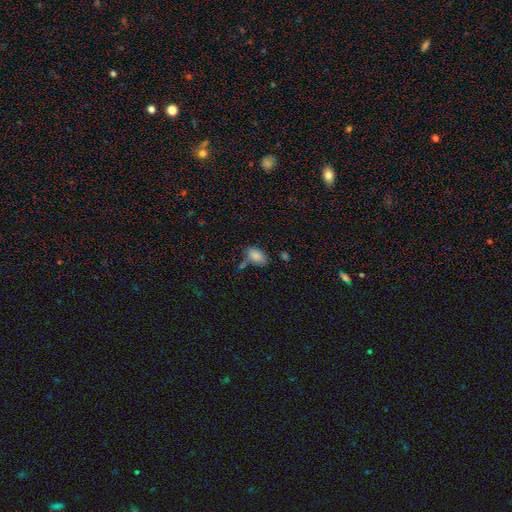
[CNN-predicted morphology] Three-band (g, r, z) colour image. It shows a smooth galaxy with no disk features (85%) that is in between round and cigar-shaped (90%). Merging: none (62%).